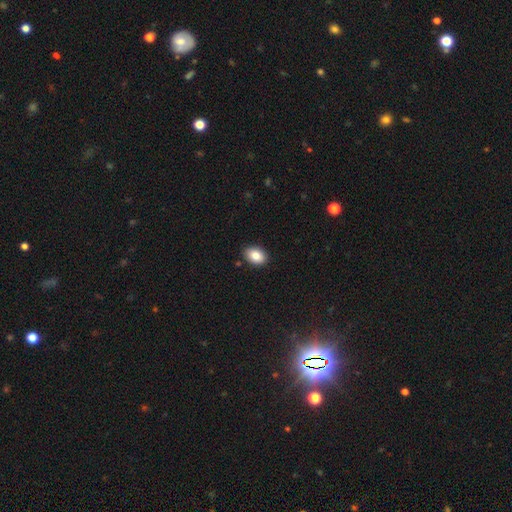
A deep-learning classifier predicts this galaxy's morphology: This appears to be a smooth galaxy with no disk features (85%) that is in between round and cigar-shaped (82%). Merging: none (88%).